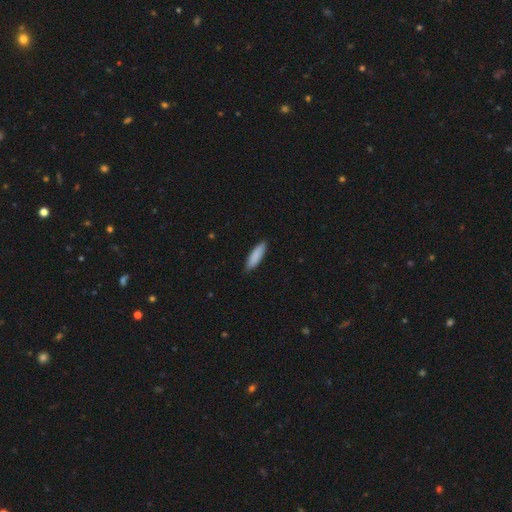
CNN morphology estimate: type=smooth (88%); roundness=cigar-shaped (63%); merging=none (88%).